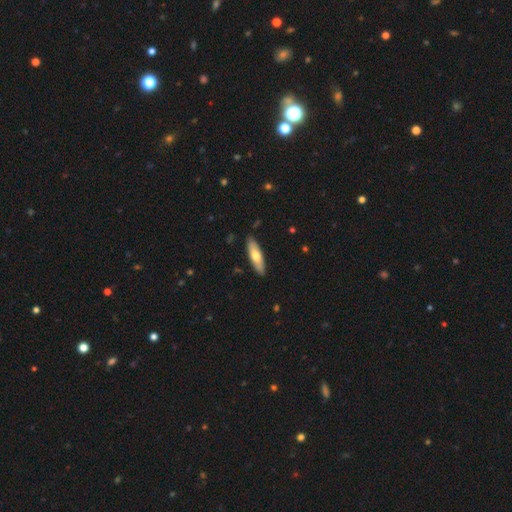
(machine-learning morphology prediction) The model was most divided on "how rounded": cigar-shaped: 59%, in between: 39%, round: 2%. More confident: merging — none (88%); smooth or featured — smooth (62%).